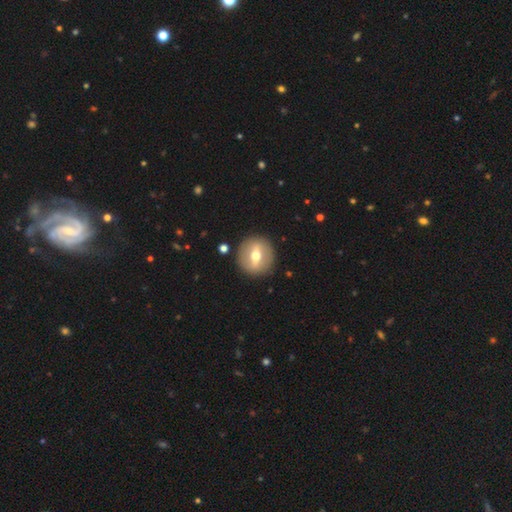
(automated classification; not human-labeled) smooth-or-featured: featured or disk: 54% | smooth: 39% | star or artifact: 7%
  disk-edge-on: no: 81% | yes: 19%
  merging: none: 90% | minor disturbance: 6% | major disturbance: 2% | merger: 1%